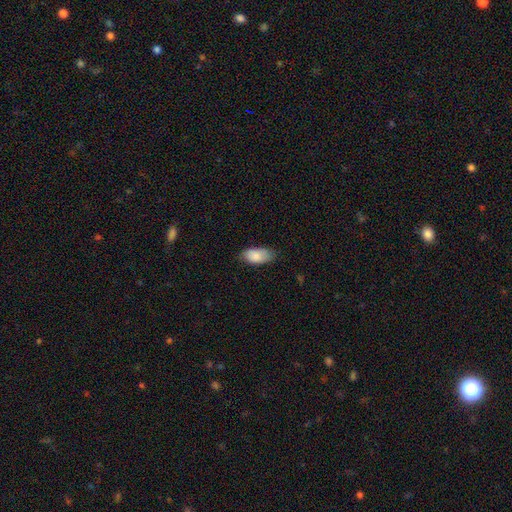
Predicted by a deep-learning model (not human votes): Overall: smooth (86%). How rounded: in between (92%). Merging: none (69%).